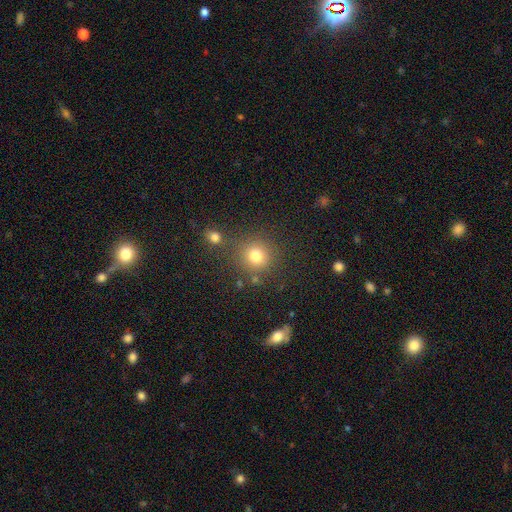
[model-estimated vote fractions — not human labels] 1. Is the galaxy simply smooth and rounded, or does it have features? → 78% smooth, 15% star or artifact, 7% featured or disk.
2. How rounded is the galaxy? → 90% round, 9% in between, 1% cigar-shaped.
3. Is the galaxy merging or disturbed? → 76% none, 10% merger, 9% minor disturbance, 4% major disturbance.